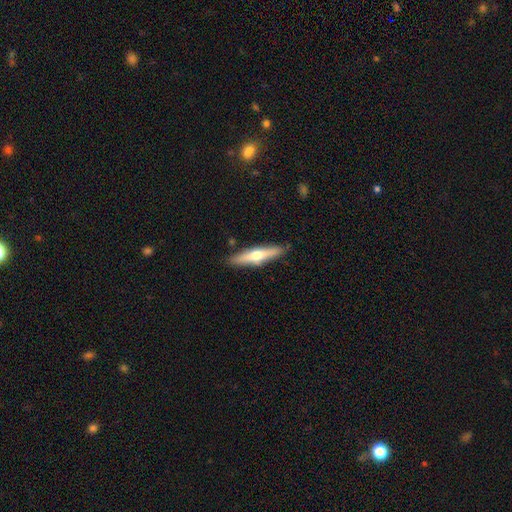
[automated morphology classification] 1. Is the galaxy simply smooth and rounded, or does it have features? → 54% featured or disk, 40% smooth, 5% star or artifact.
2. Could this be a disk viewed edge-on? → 92% yes, 8% no.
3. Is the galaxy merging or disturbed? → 87% none, 10% minor disturbance, 2% major disturbance, 2% merger.